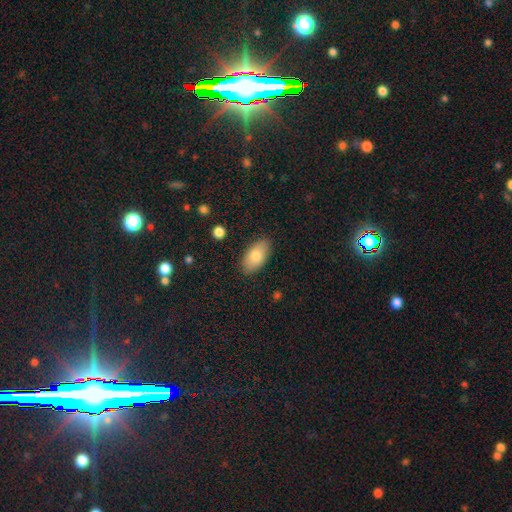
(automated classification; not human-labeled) Morphology: type=smooth (80%); roundness=in between (94%); merging=none (87%).